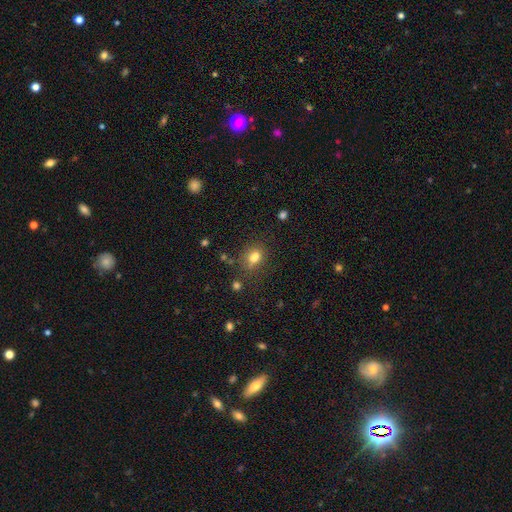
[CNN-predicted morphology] This appears to be a smooth galaxy with no disk features (74%) that is in between round and cigar-shaped (55%). Merging: none (55%).